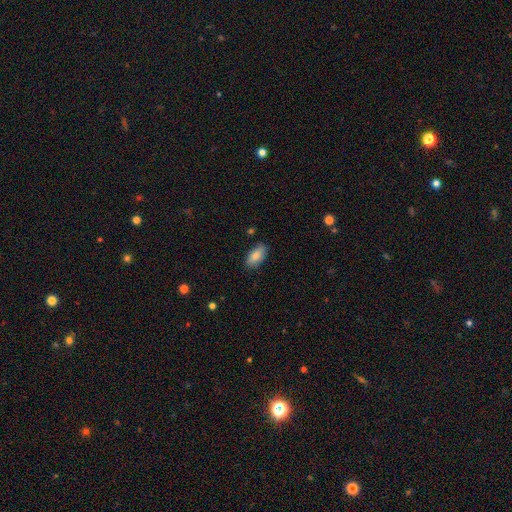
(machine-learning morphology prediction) smooth_or_featured: smooth (p=0.83) [alt: featured or disk p=0.10]
how_rounded: in between (p=0.90) [alt: cigar-shaped p=0.07]
merging: none (p=0.85) [alt: minor disturbance p=0.11]